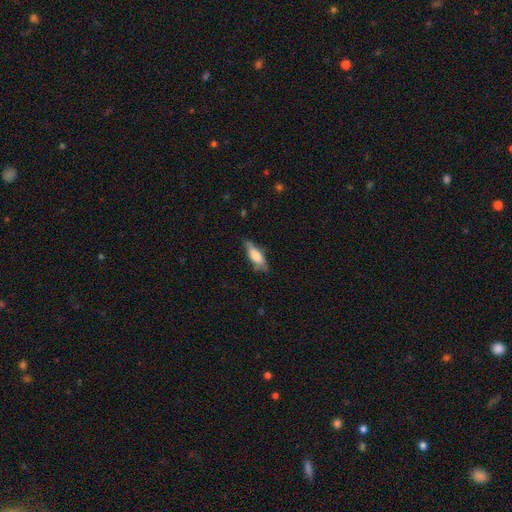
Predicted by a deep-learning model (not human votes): Smooth or featured: smooth — 71% (featured or disk — 23%)
How rounded: in between — 56% (cigar-shaped — 42%)
Merging: none — 71% (minor disturbance — 23%)